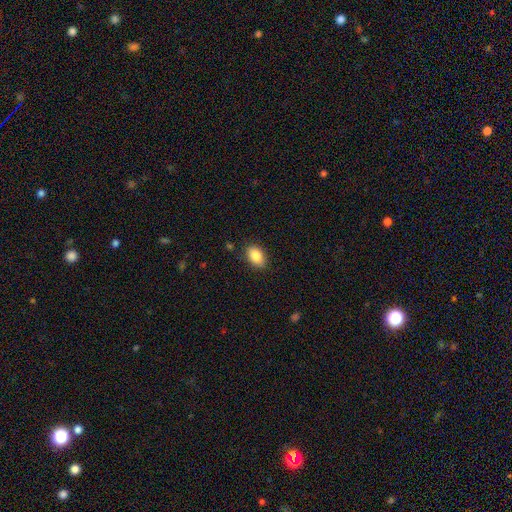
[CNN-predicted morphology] This appears to be a smooth galaxy with no disk features (86%) that is in between round and cigar-shaped (89%). Merging: none (85%).